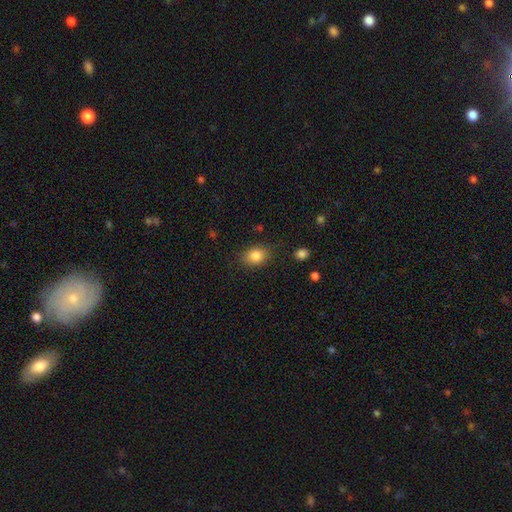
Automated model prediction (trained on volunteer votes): This appears to be a smooth galaxy with no disk features (84%) that is in between round and cigar-shaped (67%). Merging: none (82%).